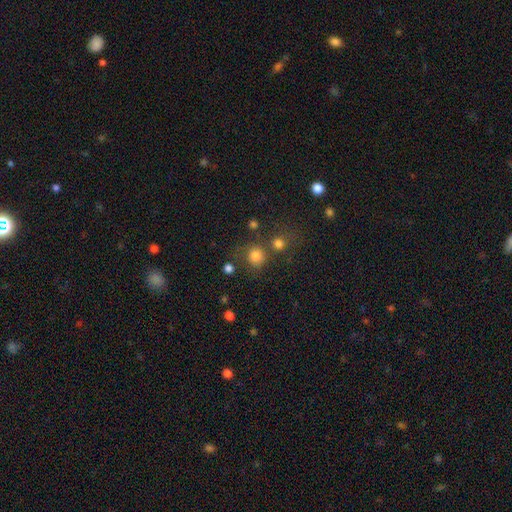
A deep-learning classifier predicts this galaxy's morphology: This is likely a smooth galaxy (79%). How rounded: clearly round (89%). Merging: likely none (67%).